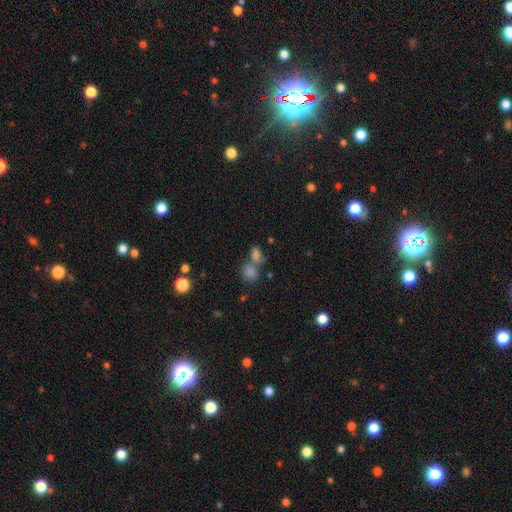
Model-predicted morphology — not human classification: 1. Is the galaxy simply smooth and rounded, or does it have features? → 71% smooth, 20% star or artifact, 9% featured or disk.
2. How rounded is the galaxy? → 54% in between, 43% round, 3% cigar-shaped.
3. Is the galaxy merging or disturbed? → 43% merger, 42% none, 10% minor disturbance, 5% major disturbance.